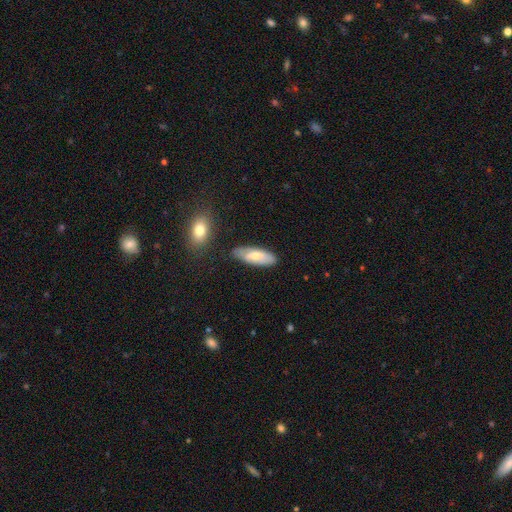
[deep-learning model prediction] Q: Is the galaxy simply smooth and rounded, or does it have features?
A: smooth — 57%.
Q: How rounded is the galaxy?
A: in between — 62%.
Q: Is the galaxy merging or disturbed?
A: none — 82%.